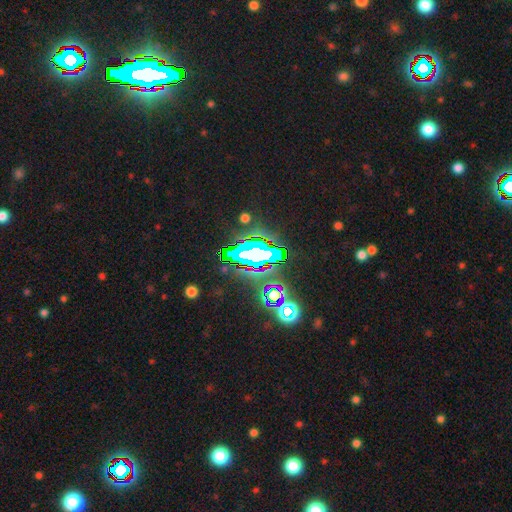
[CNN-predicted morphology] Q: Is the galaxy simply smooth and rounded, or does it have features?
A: star or artifact — 67%.